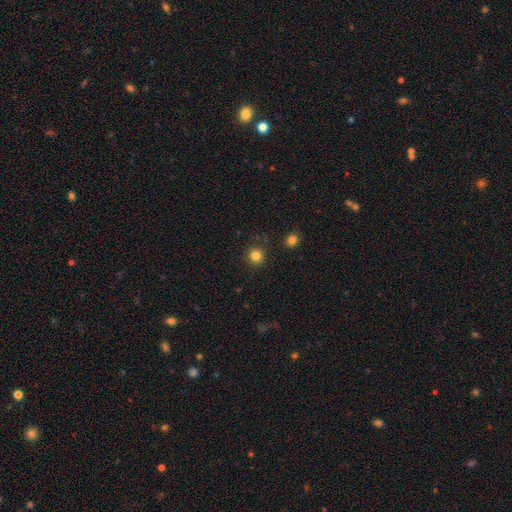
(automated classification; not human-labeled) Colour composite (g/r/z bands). It shows a smooth galaxy with no disk features (83%) that is round (94%). Merging: none (88%).